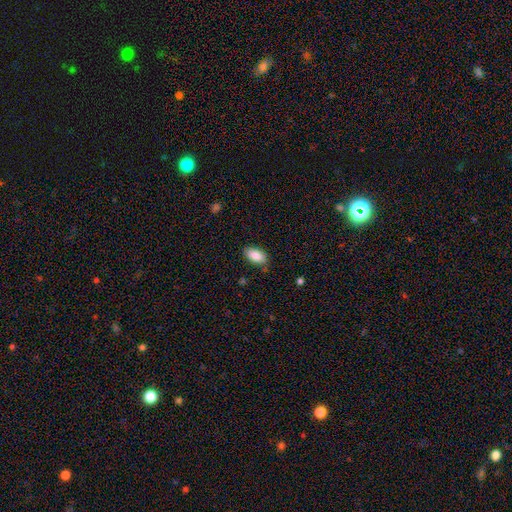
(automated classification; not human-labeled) smooth-or-featured: smooth: 86% | featured or disk: 7% | star or artifact: 7%
  how-rounded: in between: 93% | cigar-shaped: 4% | round: 3%
  merging: none: 83% | minor disturbance: 13% | major disturbance: 3% | merger: 1%